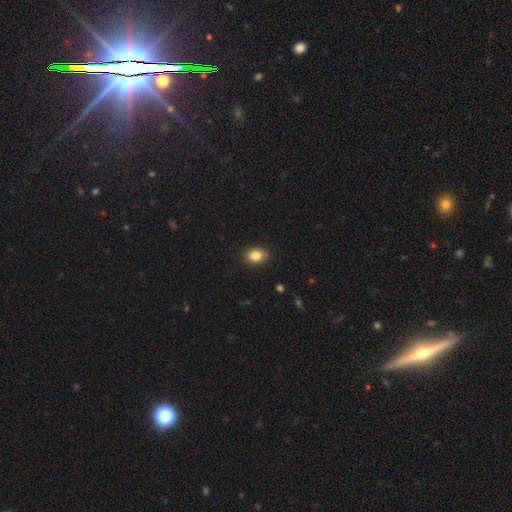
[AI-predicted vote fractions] The model was most divided on "how rounded": in between: 59%, round: 40%, cigar-shaped: 1%. More confident: merging — none (86%); smooth or featured — smooth (85%).